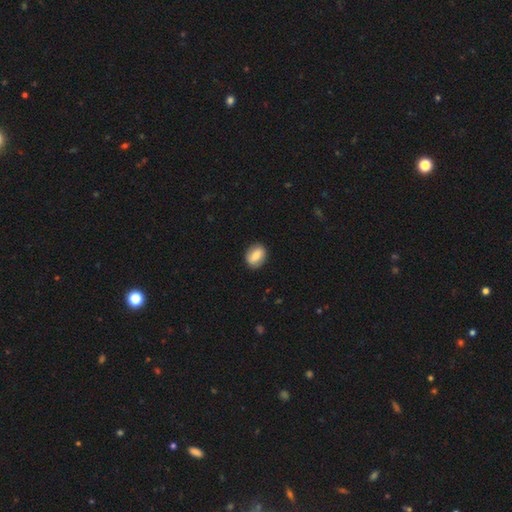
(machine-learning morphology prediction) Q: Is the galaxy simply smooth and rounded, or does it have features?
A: smooth — 75%.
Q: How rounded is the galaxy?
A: in between — 65%.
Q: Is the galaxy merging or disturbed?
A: none — 87%.